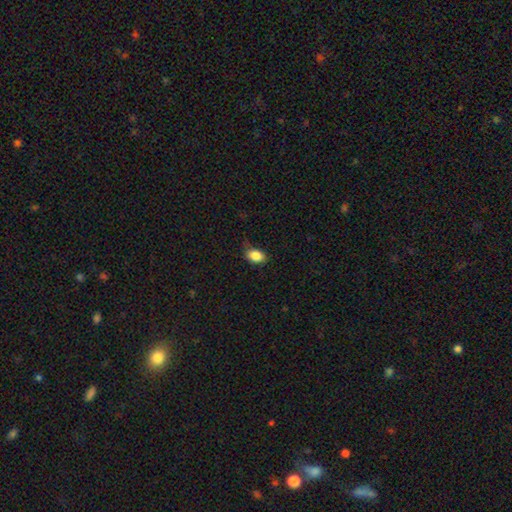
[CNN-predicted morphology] Q: Smooth or featured?
A: smooth (86%); runner-up: star or artifact (9%)
Q: How rounded?
A: in between (81%); runner-up: round (17%)
Q: Merging?
A: none (68%); runner-up: minor disturbance (25%)